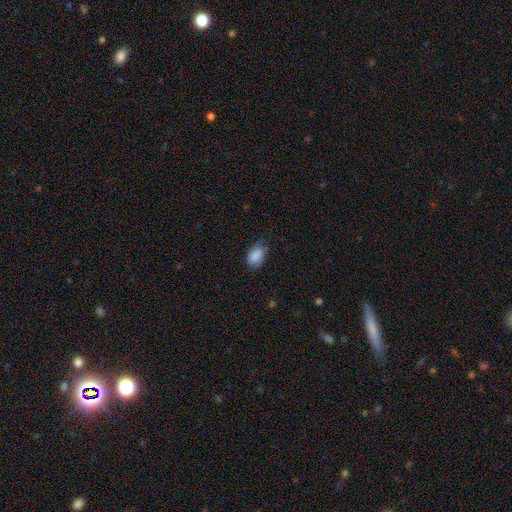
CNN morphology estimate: smooth_or_featured: smooth (p=0.81) [alt: featured or disk p=0.11]
how_rounded: in between (p=0.88) [alt: round p=0.11]
merging: none (p=0.57) [alt: minor disturbance p=0.32]